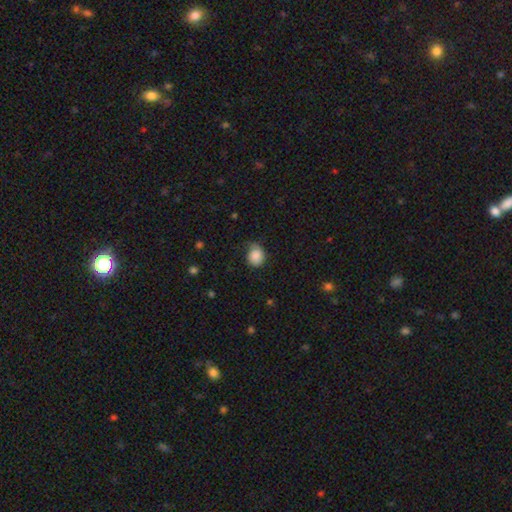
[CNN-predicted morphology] type=smooth (83%); roundness=round (64%); merging=none (55%).